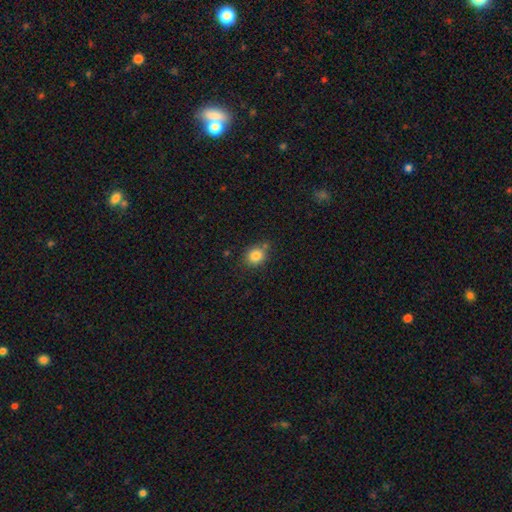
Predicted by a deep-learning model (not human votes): This is clearly a smooth galaxy (83%). How rounded: likely round (74%). Merging: likely none (71%).